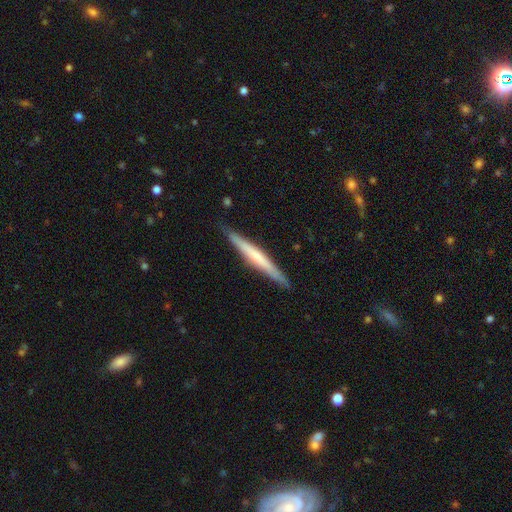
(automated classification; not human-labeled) featured or disk 49%, smooth 45%, star or artifact 5%. Down the decision tree: merging — none (88%).